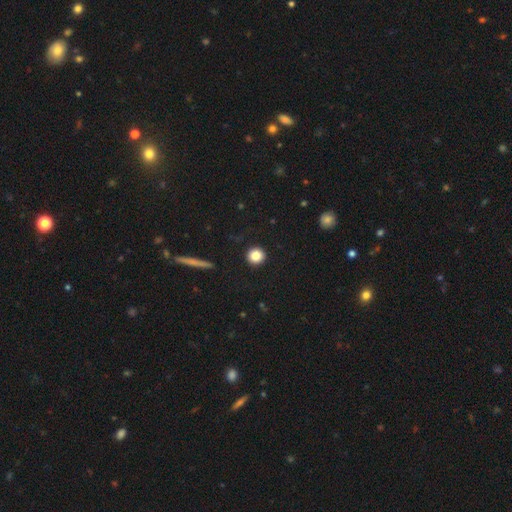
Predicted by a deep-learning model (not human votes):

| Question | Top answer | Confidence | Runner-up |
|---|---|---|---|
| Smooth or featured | smooth | 85% | star or artifact (10%) |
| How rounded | round | 94% | in between (5%) |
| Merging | none | 93% | minor disturbance (5%) |